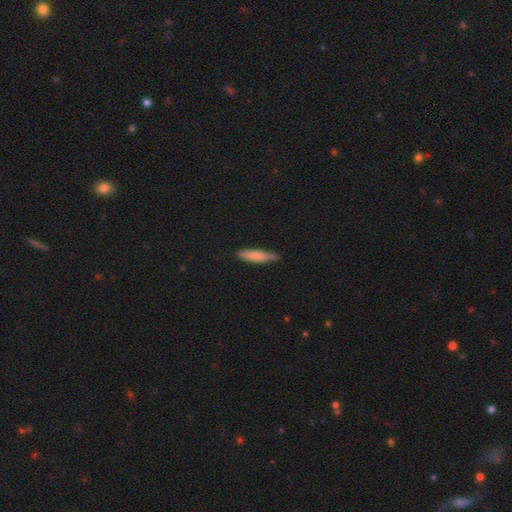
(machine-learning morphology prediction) This appears to be a smooth galaxy with no disk features (77%) that is cigar-shaped (78%). Merging: none (62%).